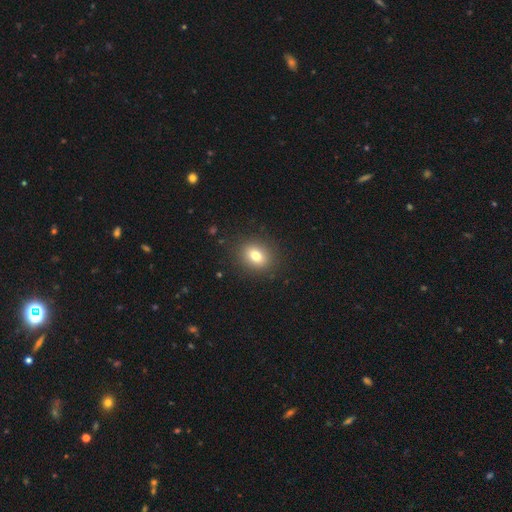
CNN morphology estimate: smooth_or_featured: smooth (p=0.77) [alt: featured or disk p=0.12]
how_rounded: in between (p=0.51) [alt: round p=0.48]
merging: none (p=0.88) [alt: minor disturbance p=0.08]